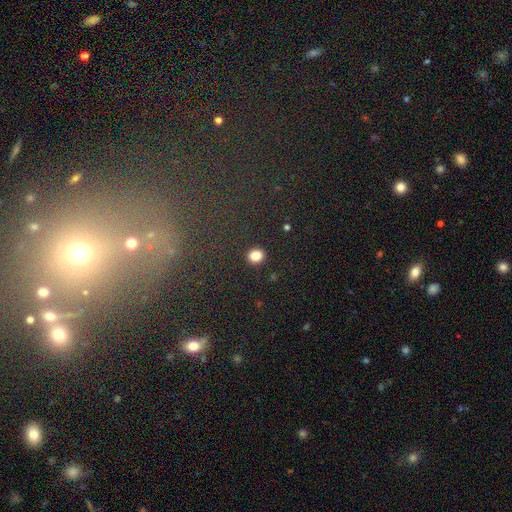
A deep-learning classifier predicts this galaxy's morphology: This appears to be a smooth galaxy with no disk features (83%) that is round (76%). Merging: none (90%).